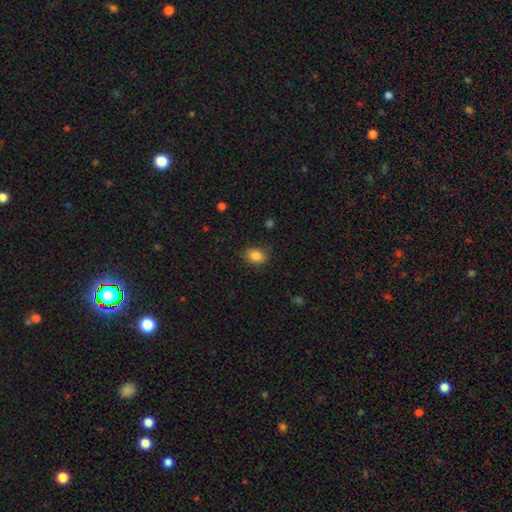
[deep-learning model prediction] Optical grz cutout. It shows a smooth galaxy with no disk features (86%) that is in between round and cigar-shaped (69%). Merging: none (81%).